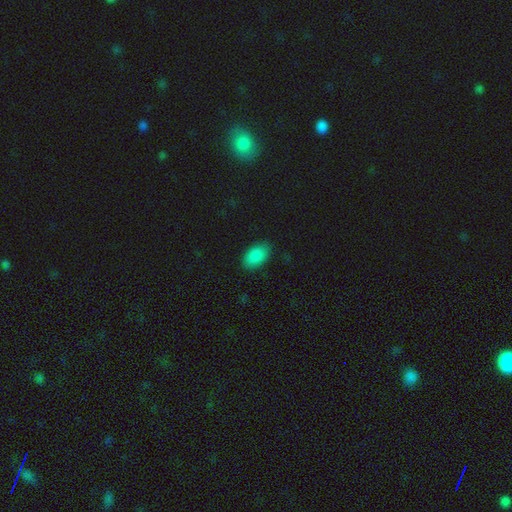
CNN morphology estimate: This is clearly a smooth galaxy (88%). How rounded: clearly in between (92%). Merging: clearly none (85%).